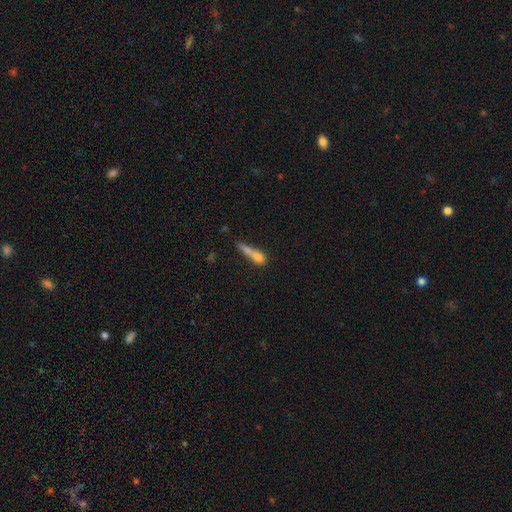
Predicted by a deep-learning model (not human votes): smooth_or_featured: smooth (p=0.66) [alt: featured or disk p=0.24]
how_rounded: cigar-shaped (p=0.73) [alt: in between p=0.19]
merging: none (p=0.35) [alt: merger p=0.26]